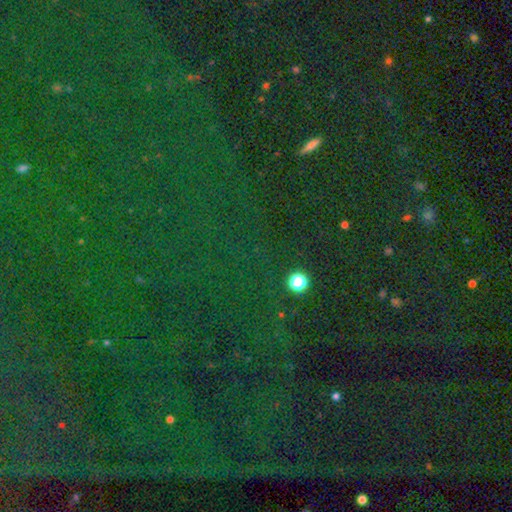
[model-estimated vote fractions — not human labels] Smooth or featured? star or artifact (81%)